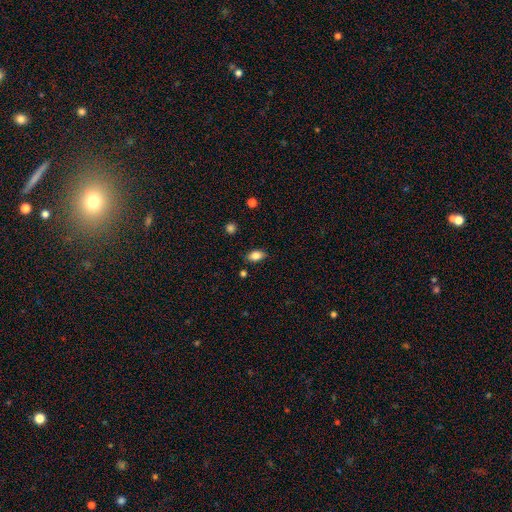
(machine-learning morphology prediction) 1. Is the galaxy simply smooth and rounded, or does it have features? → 83% smooth, 9% star or artifact, 8% featured or disk.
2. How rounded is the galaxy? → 89% in between, 8% round, 3% cigar-shaped.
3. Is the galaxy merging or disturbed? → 83% none, 13% minor disturbance, 3% major disturbance, 2% merger.